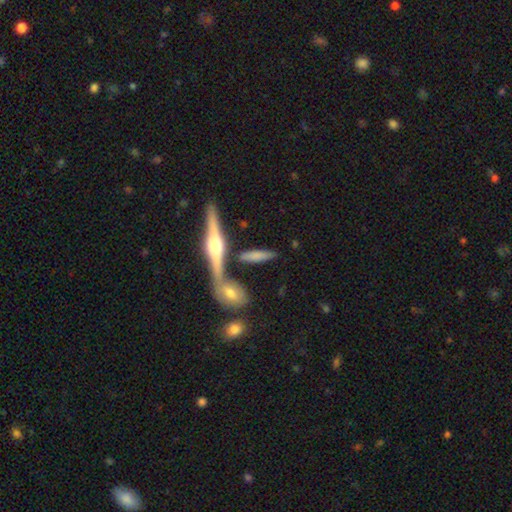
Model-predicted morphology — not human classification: smooth 53%, featured or disk 40%, star or artifact 8%. Down the decision tree: how rounded — cigar-shaped (67%); merging — none (66%).